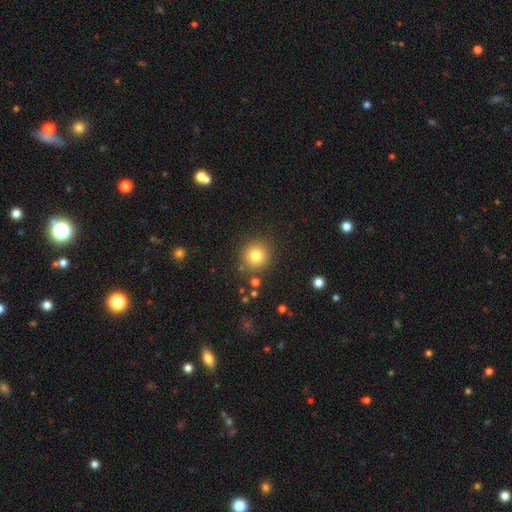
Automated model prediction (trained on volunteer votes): A smooth galaxy with no disk features (80%) that is round (92%).

Vote fractions:
- Smooth or featured? smooth: 80% / star or artifact: 12% / featured or disk: 8%
- How rounded? round: 92% / in between: 7% / cigar-shaped: 1%
- Merging? none: 87% / minor disturbance: 8% / merger: 3% / major disturbance: 3%